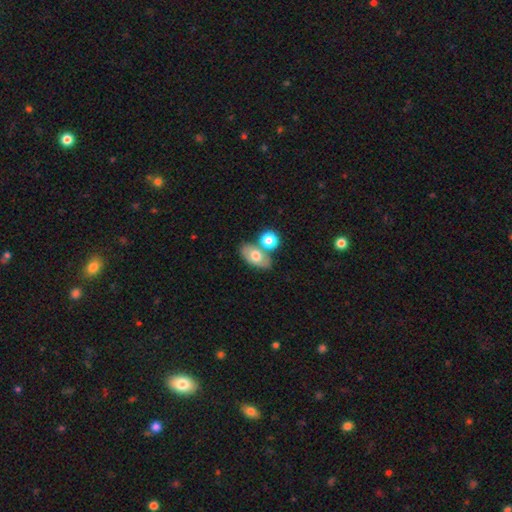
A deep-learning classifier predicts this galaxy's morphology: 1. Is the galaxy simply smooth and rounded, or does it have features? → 65% smooth, 28% featured or disk, 8% star or artifact.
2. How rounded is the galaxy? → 86% in between, 11% round, 2% cigar-shaped.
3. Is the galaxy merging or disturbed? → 57% none, 28% merger, 12% minor disturbance, 4% major disturbance.